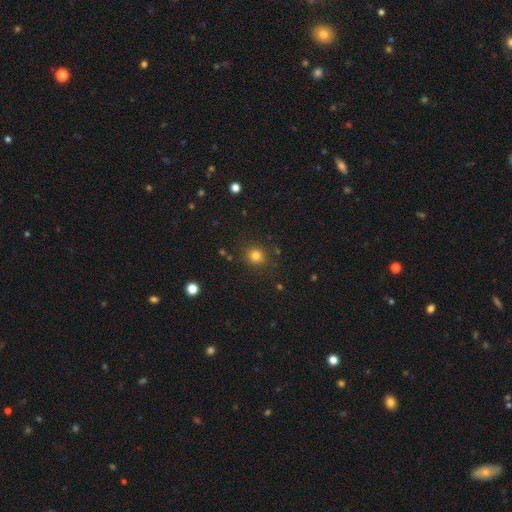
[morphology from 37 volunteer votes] smooth_or_featured: smooth (p=0.95) [alt: featured or disk p=0.03]
how_rounded: round (p=0.86) [alt: in between p=0.14]
merging: none (p=0.89) [alt: merger p=0.06]